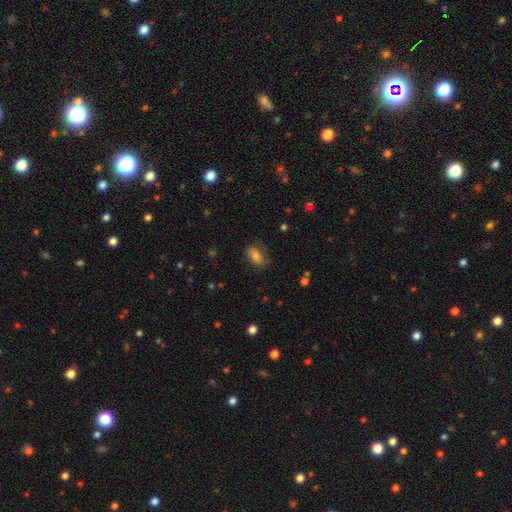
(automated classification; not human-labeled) This is likely a smooth galaxy (72%). How rounded: clearly in between (88%). Merging: likely none (68%).